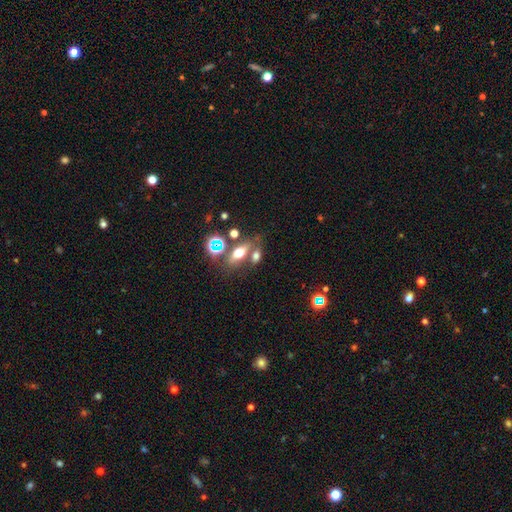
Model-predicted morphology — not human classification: type=smooth (58%); roundness=in between (70%); merging=none (53%).